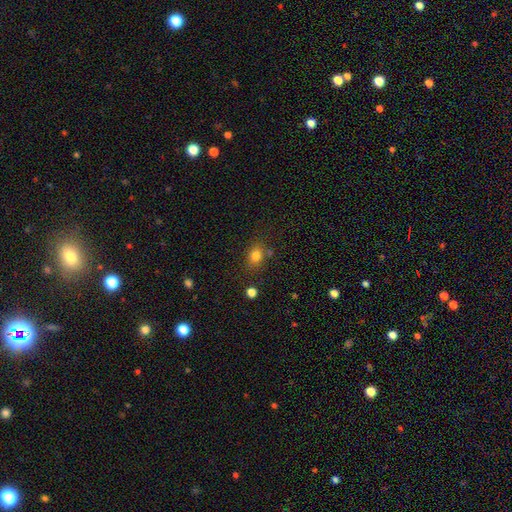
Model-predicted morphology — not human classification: The model was most divided on "how rounded": round: 54%, in between: 45%, cigar-shaped: 1%. More confident: smooth or featured — smooth (80%); merging — none (75%).